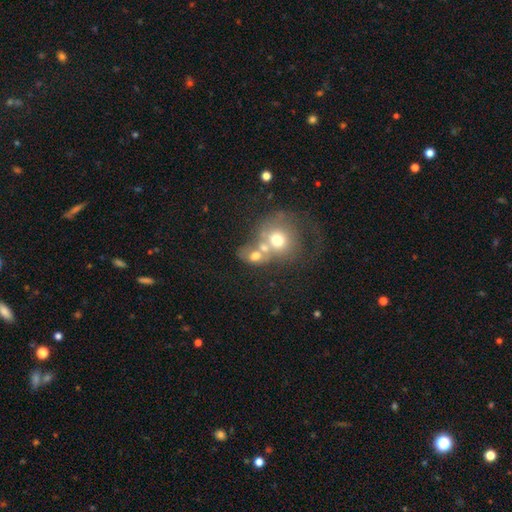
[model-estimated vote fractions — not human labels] Smooth or featured? Predicted: smooth (p=0.60). How rounded? Predicted: round (p=0.66). Merging? Predicted: merger (p=0.58).